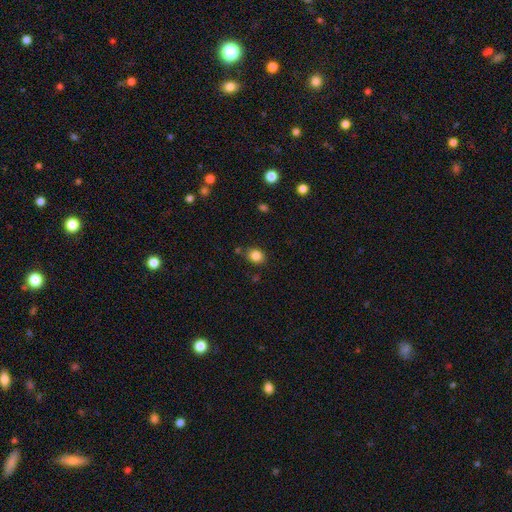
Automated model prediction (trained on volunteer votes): smooth-or-featured: smooth: 84% | star or artifact: 10% | featured or disk: 5%
  how-rounded: in between: 50% | round: 49% | cigar-shaped: 1%
  merging: none: 80% | minor disturbance: 12% | merger: 5% | major disturbance: 3%